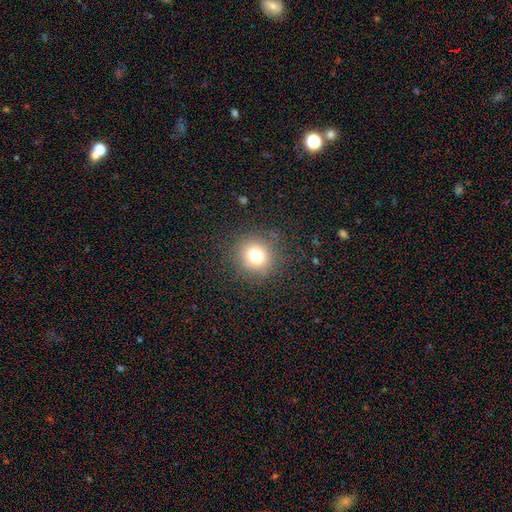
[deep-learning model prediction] This appears to be a smooth galaxy with no disk features (74%) that is round (90%). Merging: none (86%).